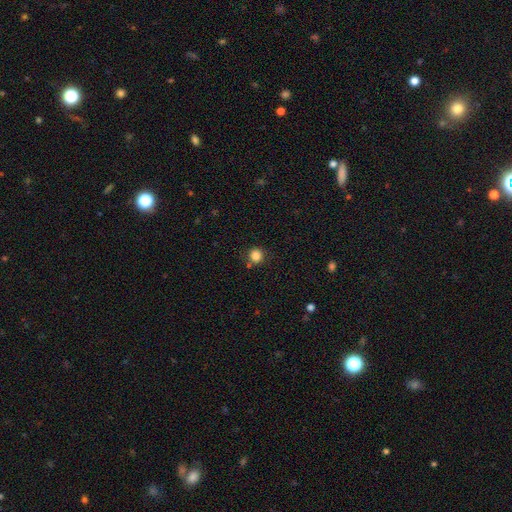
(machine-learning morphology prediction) Smooth or featured: smooth — 84% (star or artifact — 11%)
How rounded: round — 90% (in between — 9%)
Merging: none — 80% (minor disturbance — 10%)